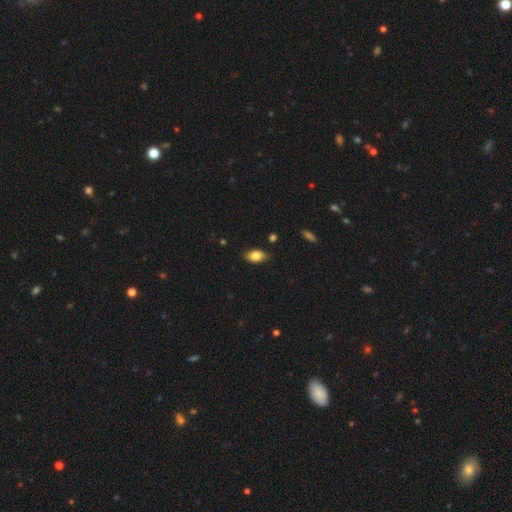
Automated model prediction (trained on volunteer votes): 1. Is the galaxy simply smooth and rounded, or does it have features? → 83% smooth, 9% featured or disk, 8% star or artifact.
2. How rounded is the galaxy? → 91% in between, 6% round, 3% cigar-shaped.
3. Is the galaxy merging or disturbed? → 84% none, 12% minor disturbance, 2% major disturbance, 1% merger.